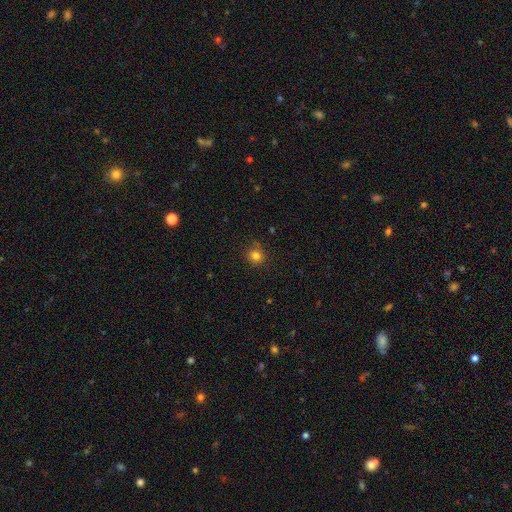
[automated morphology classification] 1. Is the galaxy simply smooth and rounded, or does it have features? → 81% smooth, 14% star or artifact, 5% featured or disk.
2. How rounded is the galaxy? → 91% round, 8% in between, 1% cigar-shaped.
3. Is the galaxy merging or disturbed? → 85% none, 10% minor disturbance, 3% major disturbance, 2% merger.